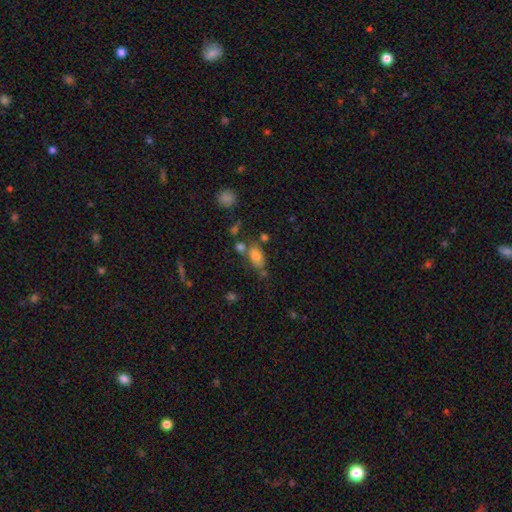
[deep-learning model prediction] Morphology: type=smooth (75%); roundness=in between (85%); merging=none (53%).